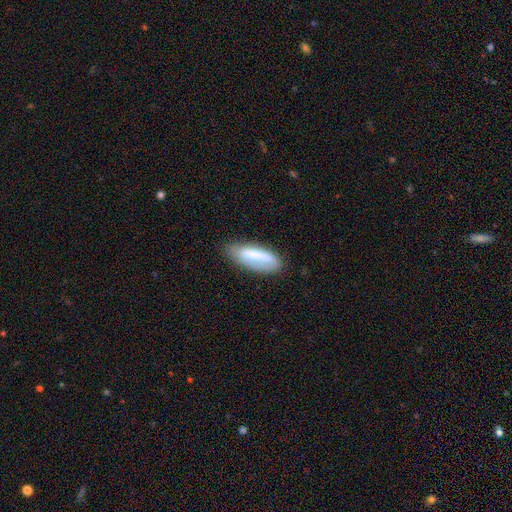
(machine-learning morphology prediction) A smooth galaxy with no disk features (65%) that is in between round and cigar-shaped (57%). Merging: none (65%).